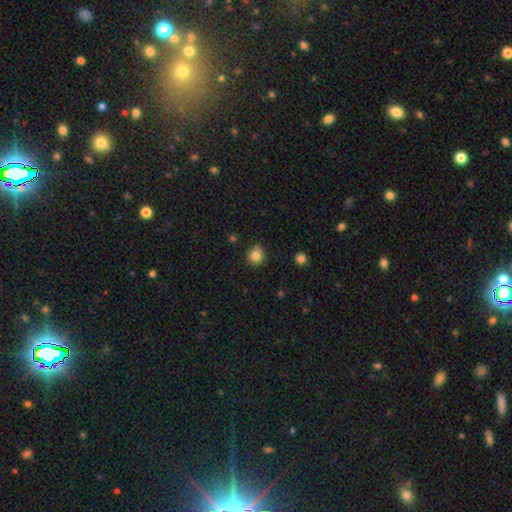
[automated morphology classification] Smooth or featured?
  - smooth: 82% *
  - star or artifact: 12%
  - featured or disk: 6%
How rounded?
  - round: 86% *
  - in between: 13%
  - cigar-shaped: 1%
Merging?
  - none: 80% *
  - minor disturbance: 16%
  - major disturbance: 3%
  - merger: 2%